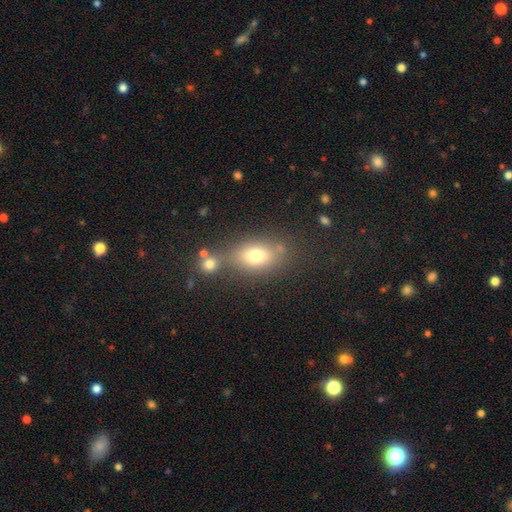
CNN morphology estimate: Q: Smooth or featured?
A: smooth (72%); runner-up: featured or disk (16%)
Q: How rounded?
A: in between (77%); runner-up: round (19%)
Q: Merging?
A: none (57%); runner-up: merger (23%)